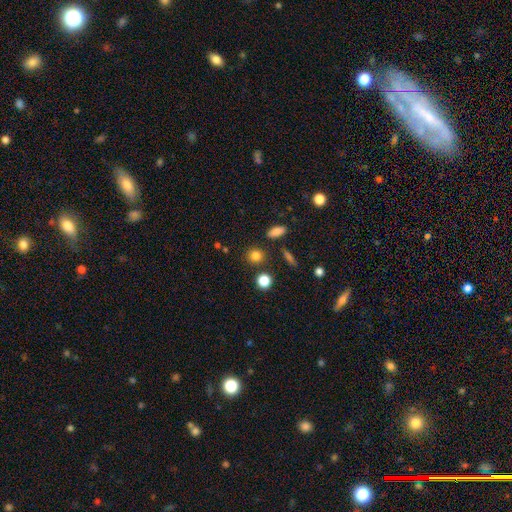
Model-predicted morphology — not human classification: This is clearly a smooth galaxy (82%). How rounded: clearly round (84%). Merging: clearly none (85%).